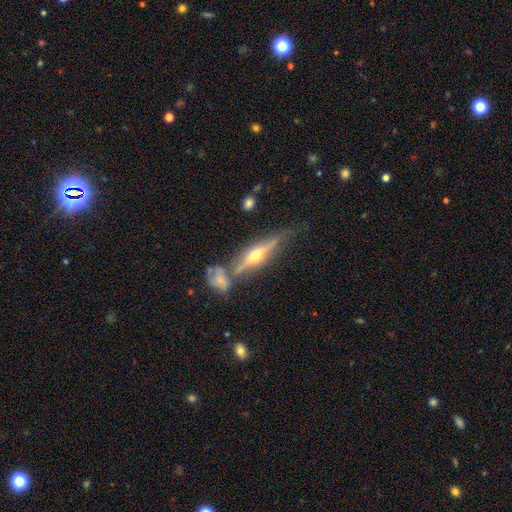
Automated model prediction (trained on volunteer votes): Smooth or featured?
  - featured or disk: 75% *
  - smooth: 18%
  - star or artifact: 7%
Edge-on disk?
  - yes: 94% *
  - no: 6%
Edge-on bulge?
  - rounded: 93% *
  - boxy: 4%
  - none: 3%
Merging?
  - none: 63% *
  - merger: 16%
  - minor disturbance: 16%
  - major disturbance: 6%